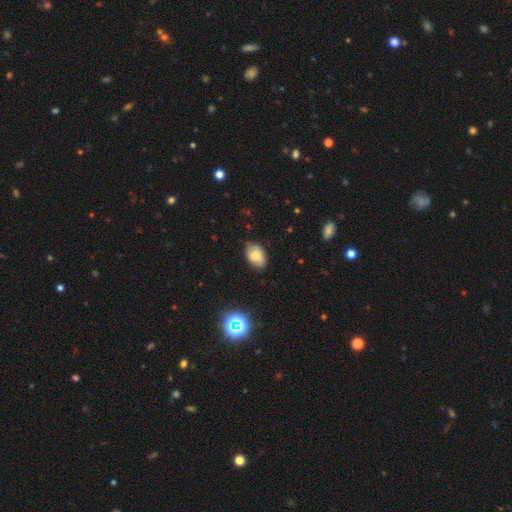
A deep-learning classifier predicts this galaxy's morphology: Smooth or featured: smooth — 74% (featured or disk — 16%)
How rounded: in between — 83% (round — 16%)
Merging: none — 78% (minor disturbance — 18%)